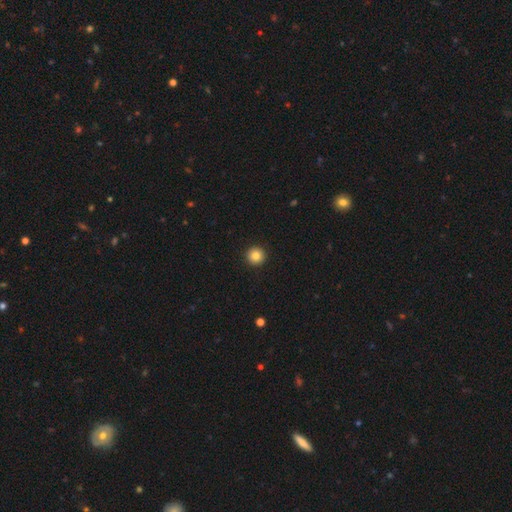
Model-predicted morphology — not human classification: Smooth or featured? smooth (84%)
How rounded? round (96%)
Merging? none (94%)